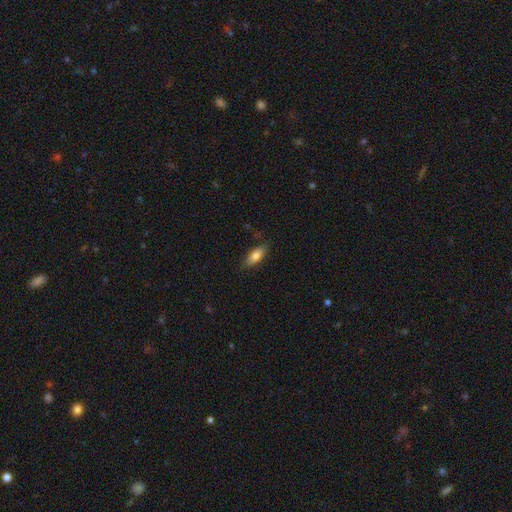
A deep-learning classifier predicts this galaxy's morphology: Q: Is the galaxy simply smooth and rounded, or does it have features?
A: smooth — 76%.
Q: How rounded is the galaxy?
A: in between — 71%.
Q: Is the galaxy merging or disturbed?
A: none — 80%.